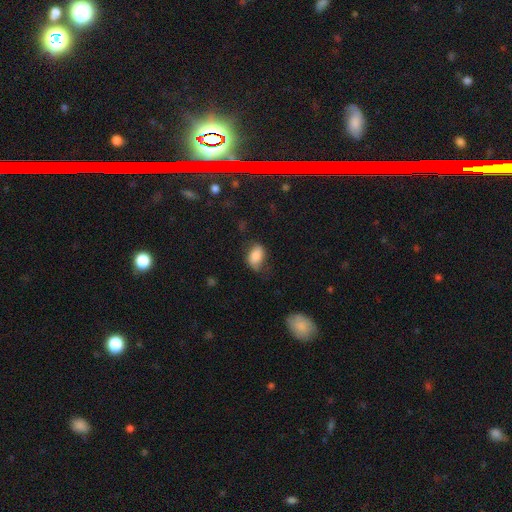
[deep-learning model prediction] This appears to be a smooth galaxy with no disk features (79%) that is in between round and cigar-shaped (89%). Merging: none (55%).